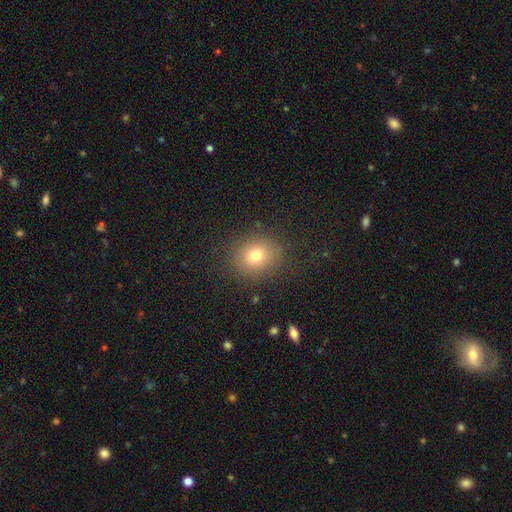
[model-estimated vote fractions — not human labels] This appears to be a smooth galaxy with no disk features (75%) that is round (76%). Merging: none (86%).